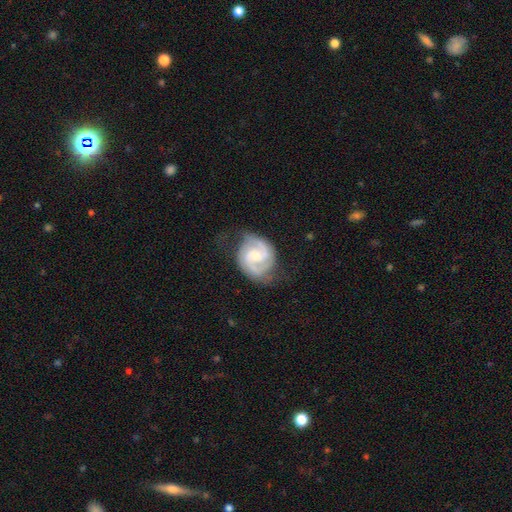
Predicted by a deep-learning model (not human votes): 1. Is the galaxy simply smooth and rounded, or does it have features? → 88% featured or disk, 7% smooth, 4% star or artifact.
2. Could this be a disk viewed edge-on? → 98% no, 2% yes.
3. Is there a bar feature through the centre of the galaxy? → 48% weak, 42% no, 10% strong.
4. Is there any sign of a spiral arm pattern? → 98% yes, 2% no.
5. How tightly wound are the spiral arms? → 50% medium, 39% tight, 10% loose.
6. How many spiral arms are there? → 89% 2, 4% 3, 4% can't tell, 1% 1, 1% 4, 1% more than 4.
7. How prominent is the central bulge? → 45% moderate, 44% small, 7% none, 4% large, 1% dominant.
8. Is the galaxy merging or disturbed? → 66% none, 23% minor disturbance, 9% major disturbance, 1% merger.